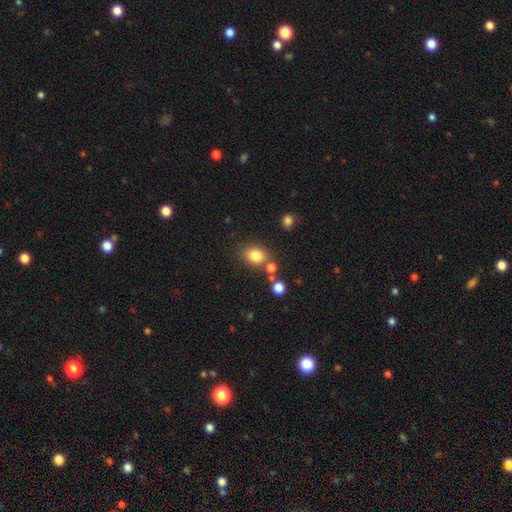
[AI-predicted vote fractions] Smooth or featured?
  - smooth: 82% *
  - star or artifact: 12%
  - featured or disk: 7%
How rounded?
  - round: 52% *
  - in between: 47%
  - cigar-shaped: 1%
Merging?
  - none: 70% *
  - merger: 13%
  - minor disturbance: 13%
  - major disturbance: 4%